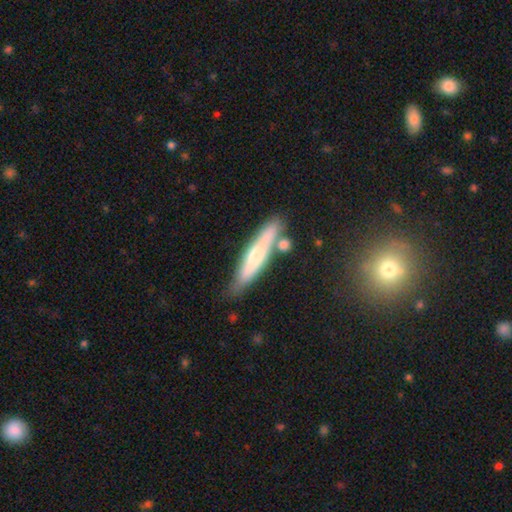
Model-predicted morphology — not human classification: type=smooth (55%); roundness=cigar-shaped (85%); merging=none (68%).